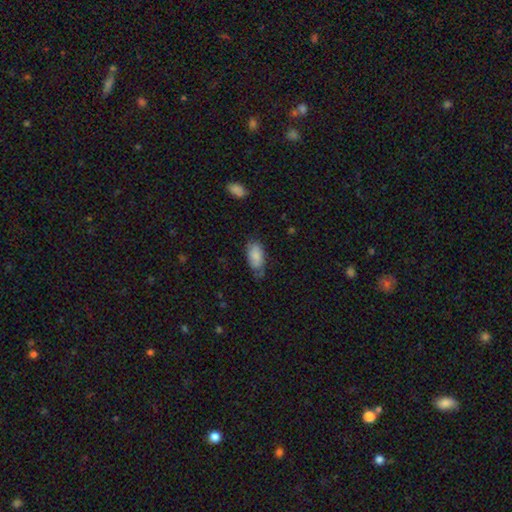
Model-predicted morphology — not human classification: Smooth or featured: smooth — 77% (featured or disk — 16%)
How rounded: in between — 93% (cigar-shaped — 4%)
Merging: none — 54% (minor disturbance — 33%)